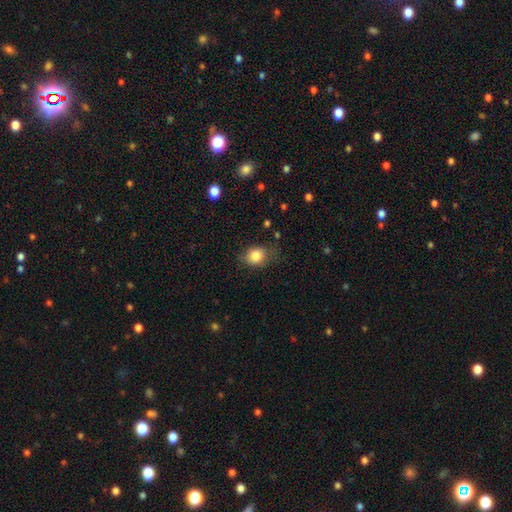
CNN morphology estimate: Smooth or featured?
  - smooth: 82% *
  - star or artifact: 9%
  - featured or disk: 8%
How rounded?
  - round: 54% *
  - in between: 45%
  - cigar-shaped: 1%
Merging?
  - none: 63% *
  - minor disturbance: 27%
  - major disturbance: 9%
  - merger: 2%